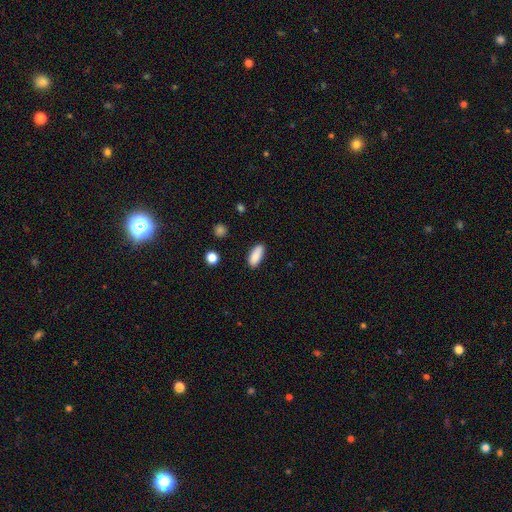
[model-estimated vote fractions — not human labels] This appears to be a smooth galaxy with no disk features (88%) that is in between round and cigar-shaped (79%). Merging: none (85%).